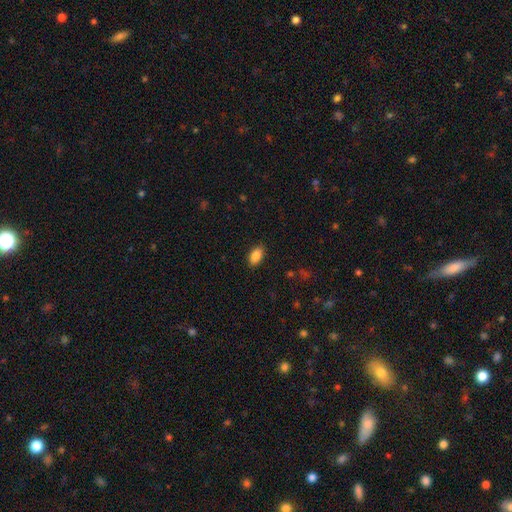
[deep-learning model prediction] Smooth or featured: smooth — 88% (star or artifact — 8%)
How rounded: in between — 92% (round — 6%)
Merging: none — 87% (minor disturbance — 9%)